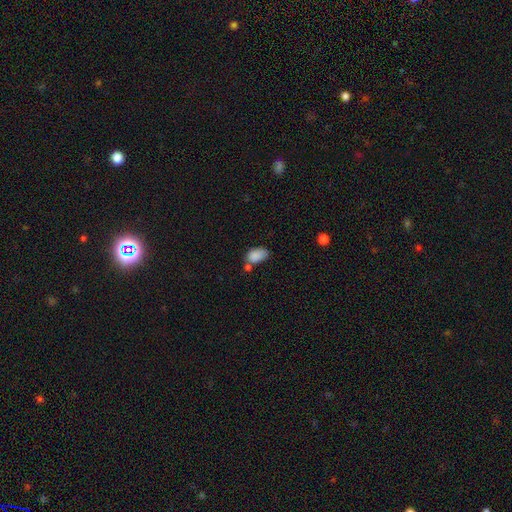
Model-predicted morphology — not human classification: The model was most divided on "merging": none: 43%, minor disturbance: 25%, merger: 24%, major disturbance: 8%. More confident: how rounded — in between (89%); smooth or featured — smooth (84%).